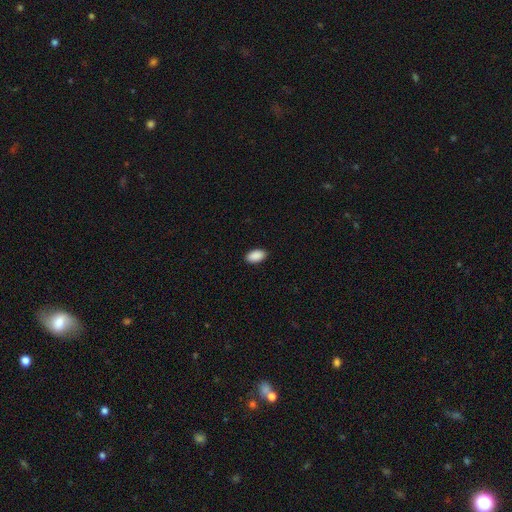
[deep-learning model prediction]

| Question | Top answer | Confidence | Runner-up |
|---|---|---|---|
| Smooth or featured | smooth | 91% | star or artifact (7%) |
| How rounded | in between | 95% | round (3%) |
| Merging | none | 90% | minor disturbance (7%) |